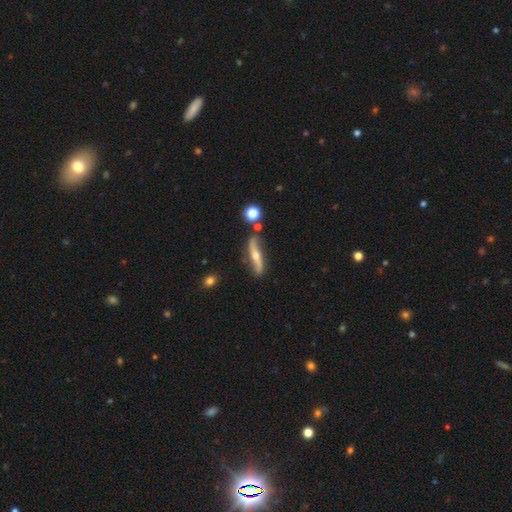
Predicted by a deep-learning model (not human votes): Q: Smooth or featured?
A: featured or disk (77%); runner-up: smooth (17%)
Q: Edge-on disk?
A: no (50%); tied with: yes (50%)
Q: Merging?
A: none (73%); runner-up: minor disturbance (17%)